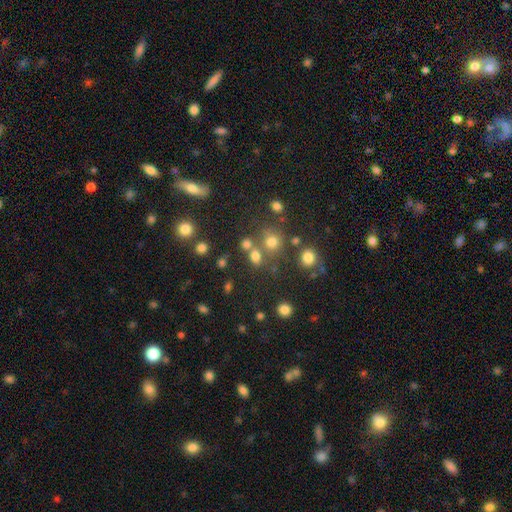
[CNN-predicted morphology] This is likely a smooth galaxy (69%). How rounded: likely round (71%). Merging: possibly none (59%).